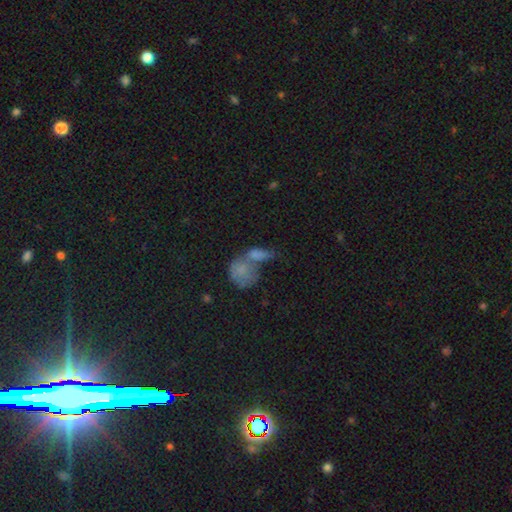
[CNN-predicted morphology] smooth-or-featured: smooth: 67% | featured or disk: 20% | star or artifact: 13%
  how-rounded: in between: 57% | round: 37% | cigar-shaped: 6%
  merging: merger: 58% | none: 22% | minor disturbance: 10% | major disturbance: 9%